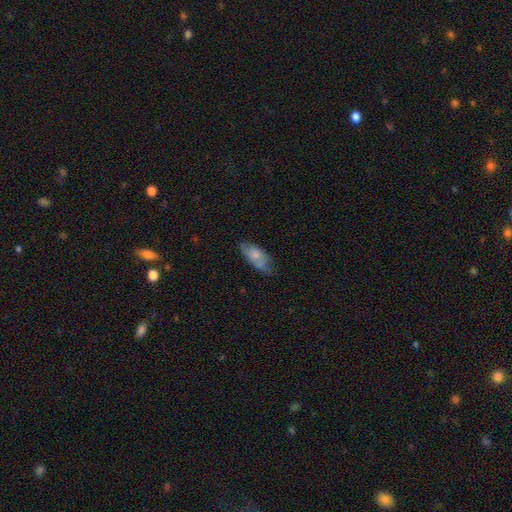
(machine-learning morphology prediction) Smooth or featured? Predicted: smooth (p=0.67). How rounded? Predicted: in between (p=0.83). Merging? Predicted: none (p=0.57).